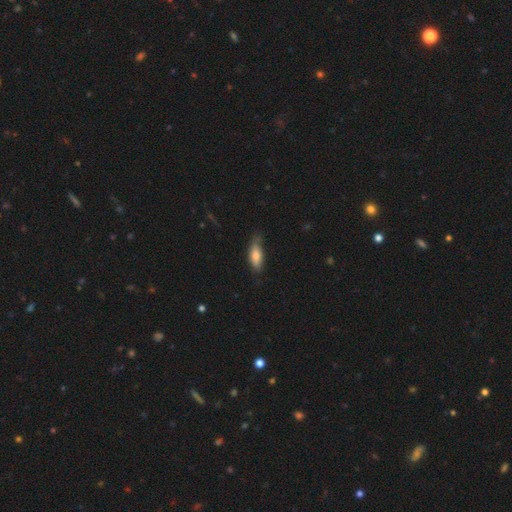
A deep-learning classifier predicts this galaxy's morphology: The model was most divided on "merging": none: 61%, minor disturbance: 31%, major disturbance: 6%, merger: 2%. More confident: smooth or featured — smooth (74%); how rounded — in between (67%).